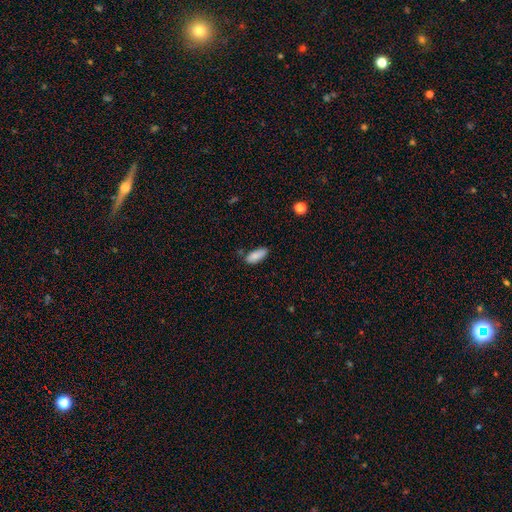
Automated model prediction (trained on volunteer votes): Overall: smooth (85%). How rounded: in between (81%). Merging: none (71%).